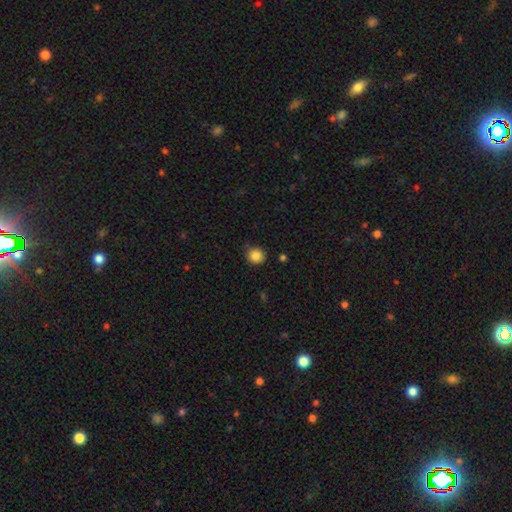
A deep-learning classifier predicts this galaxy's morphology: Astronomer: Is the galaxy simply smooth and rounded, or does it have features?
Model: smooth — 86%.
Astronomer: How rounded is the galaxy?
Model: round — 87%.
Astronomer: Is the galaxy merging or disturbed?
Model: none — 83%.